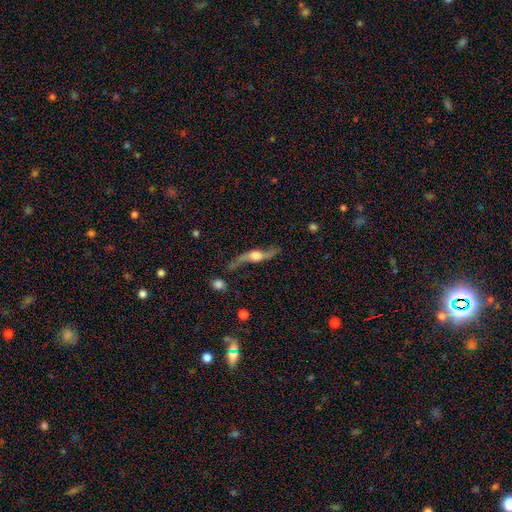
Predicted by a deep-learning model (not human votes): The model was most divided on "edge-on disk": no: 52%, yes: 48%. More confident: smooth or featured — featured or disk (83%); merging — none (64%).